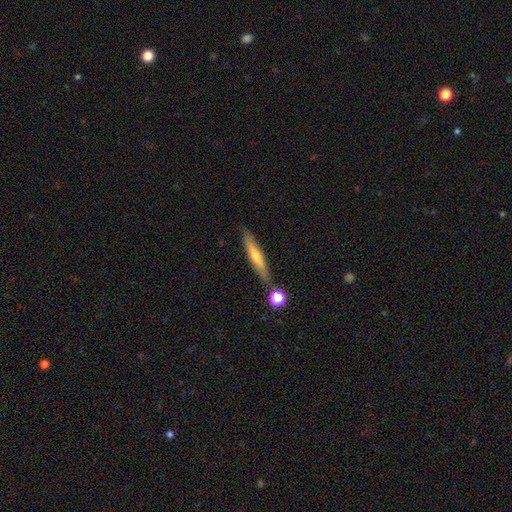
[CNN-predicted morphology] smooth-or-featured: featured or disk: 48% | smooth: 44% | star or artifact: 7%
  merging: none: 80% | minor disturbance: 11% | merger: 6% | major disturbance: 2%